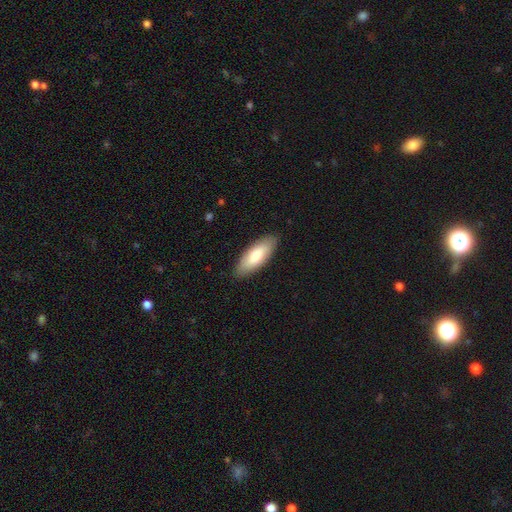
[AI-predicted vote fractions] Smooth or featured? smooth (74%)
How rounded? in between (71%)
Merging? none (89%)